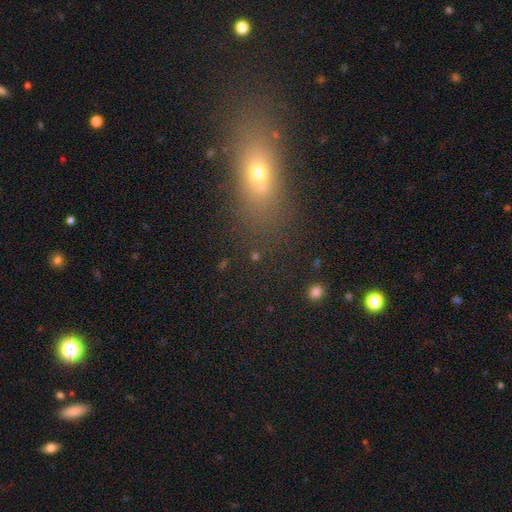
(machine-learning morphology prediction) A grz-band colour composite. It shows a smooth galaxy with no disk features (53%) that is round (48%). Merging: none (59%).